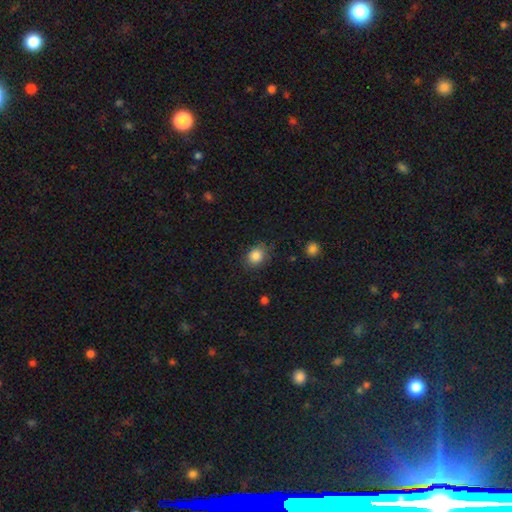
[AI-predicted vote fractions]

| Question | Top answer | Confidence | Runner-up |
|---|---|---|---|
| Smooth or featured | smooth | 85% | star or artifact (10%) |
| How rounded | round | 58% | in between (41%) |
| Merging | none | 82% | minor disturbance (13%) |